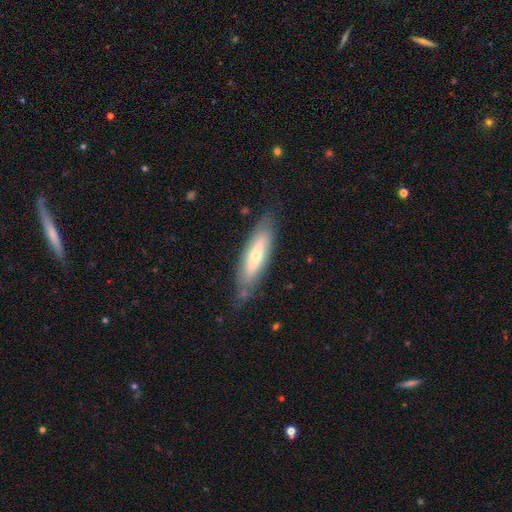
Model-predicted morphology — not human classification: Smooth or featured? smooth (48%)
Merging? none (76%)